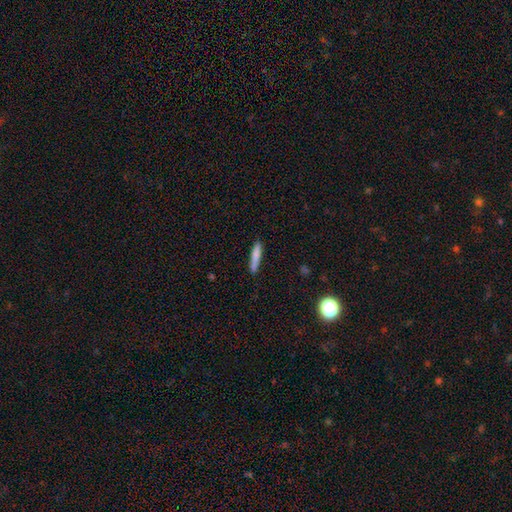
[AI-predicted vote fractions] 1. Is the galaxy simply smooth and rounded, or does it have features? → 79% smooth, 14% featured or disk, 6% star or artifact.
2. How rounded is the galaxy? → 92% cigar-shaped, 7% in between, 1% round.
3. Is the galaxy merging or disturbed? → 84% none, 12% minor disturbance, 2% major disturbance, 2% merger.